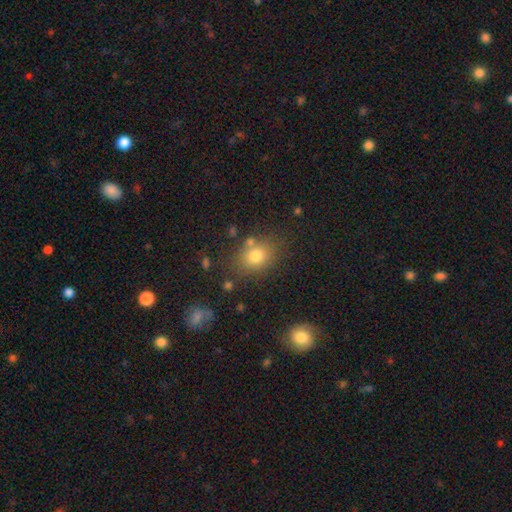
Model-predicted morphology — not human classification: This appears to be a smooth galaxy with no disk features (77%) that is in between round and cigar-shaped (55%). Merging: none (73%).